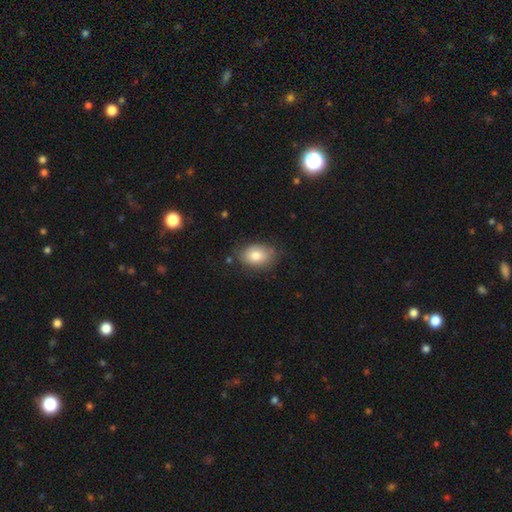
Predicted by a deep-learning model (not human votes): Overall: smooth (81%). How rounded: in between (79%). Merging: none (73%).